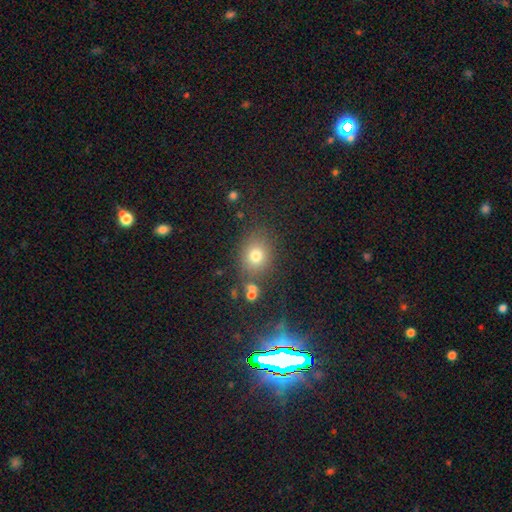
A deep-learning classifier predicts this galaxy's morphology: Smooth or featured: smooth — 75% (star or artifact — 15%)
How rounded: round — 57% (in between — 41%)
Merging: none — 75% (minor disturbance — 13%)